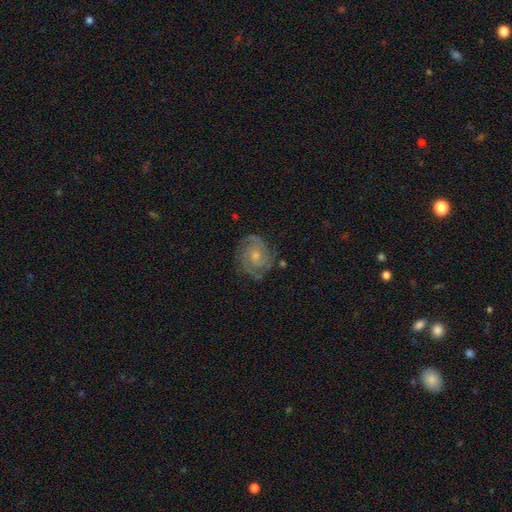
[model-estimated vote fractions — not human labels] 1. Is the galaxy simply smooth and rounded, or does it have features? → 84% featured or disk, 10% smooth, 6% star or artifact.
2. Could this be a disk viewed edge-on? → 98% no, 2% yes.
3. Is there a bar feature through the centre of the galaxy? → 67% no, 29% weak, 4% strong.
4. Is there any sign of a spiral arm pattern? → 96% yes, 4% no.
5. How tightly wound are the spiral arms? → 60% tight, 34% medium, 6% loose.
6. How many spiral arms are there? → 36% 2, 31% 3, 17% can't tell, 8% 4, 4% 1, 4% more than 4.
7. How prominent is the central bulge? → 52% small, 40% moderate, 4% none, 2% large, 1% dominant.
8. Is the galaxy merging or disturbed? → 76% none, 17% minor disturbance, 6% major disturbance, 2% merger.